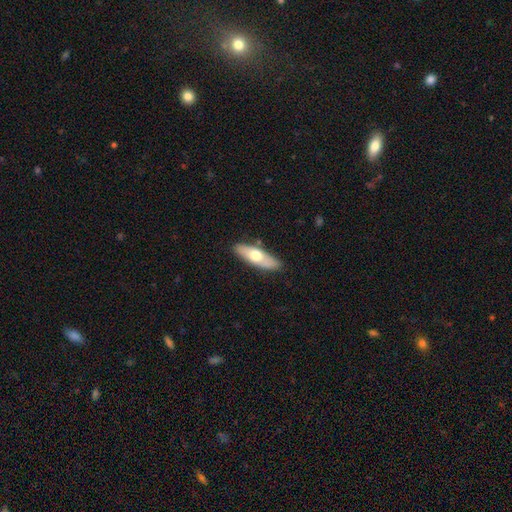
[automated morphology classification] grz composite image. It shows a smooth galaxy with no disk features (56%) that is in between round and cigar-shaped (55%). Merging: none (85%).